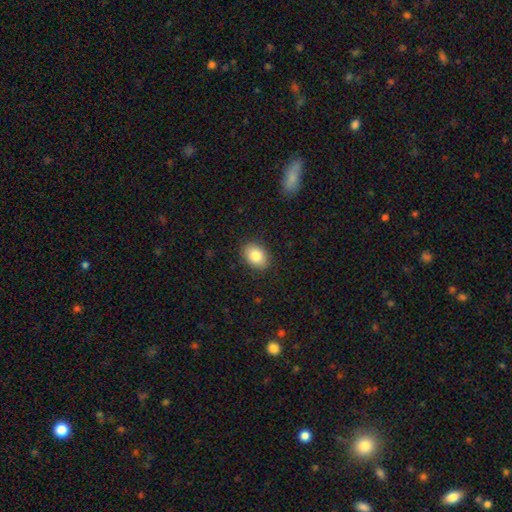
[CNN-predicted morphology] Smooth or featured? Predicted: smooth (p=0.84). How rounded? Predicted: in between (p=0.77). Merging? Predicted: none (p=0.88).